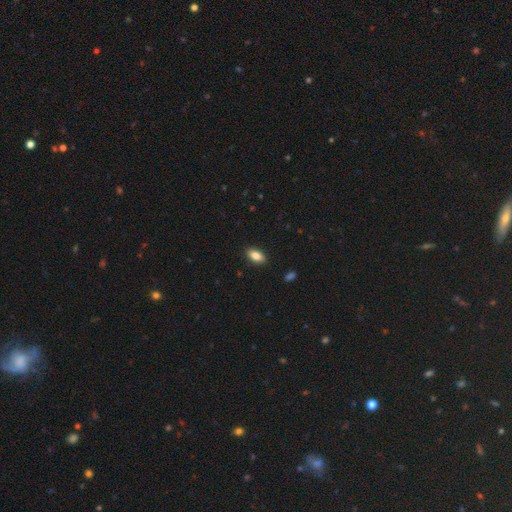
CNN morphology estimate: This is clearly a smooth galaxy (84%). How rounded: clearly in between (91%). Merging: clearly none (89%).